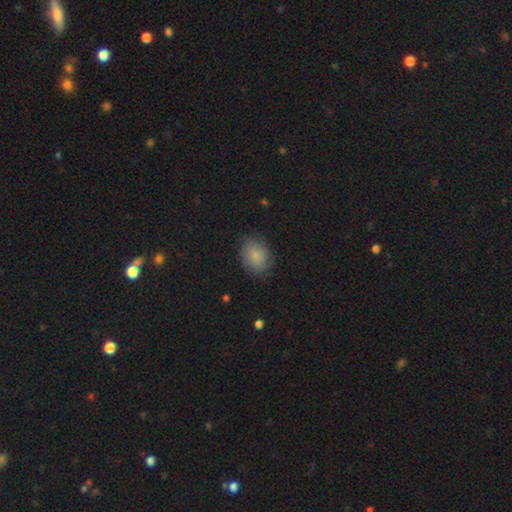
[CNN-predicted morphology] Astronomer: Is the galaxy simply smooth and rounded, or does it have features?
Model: smooth — 80%.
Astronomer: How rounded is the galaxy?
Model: in between — 50% (runner-up: round, 49%).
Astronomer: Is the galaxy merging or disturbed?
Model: none — 80%.